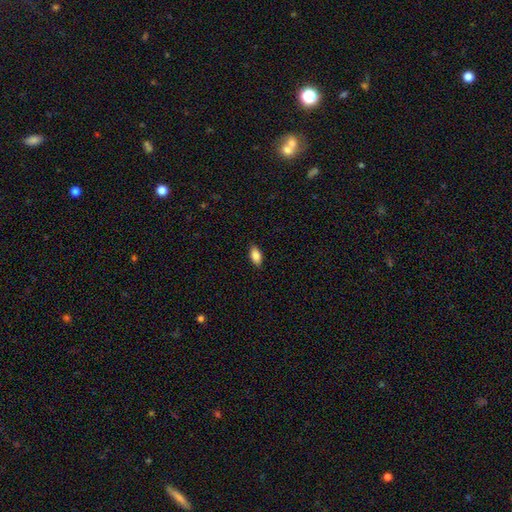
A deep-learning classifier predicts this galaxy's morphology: A smooth galaxy with no disk features (84%) that is in between round and cigar-shaped (89%).

Vote fractions:
- Smooth or featured? smooth: 84% / featured or disk: 8% / star or artifact: 7%
- How rounded? in between: 89% / cigar-shaped: 7% / round: 3%
- Merging? none: 88% / minor disturbance: 9% / major disturbance: 2% / merger: 1%